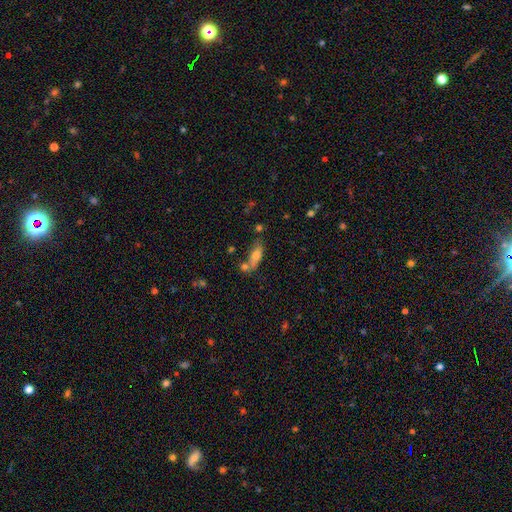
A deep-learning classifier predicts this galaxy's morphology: Smooth or featured: smooth — 69% (featured or disk — 22%)
How rounded: in between — 64% (cigar-shaped — 32%)
Merging: none — 53% (merger — 23%)